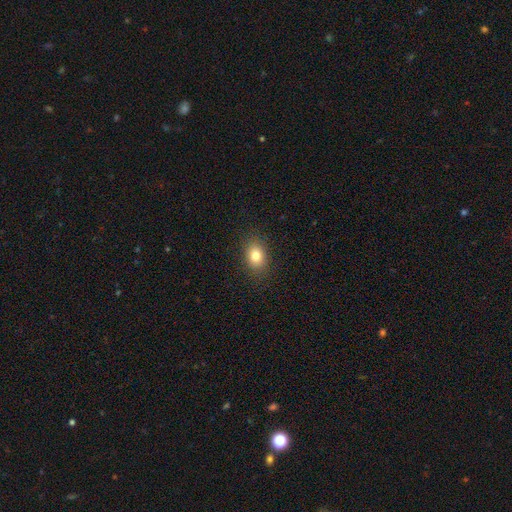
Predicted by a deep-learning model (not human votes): smooth_or_featured: smooth (p=0.80) [alt: star or artifact p=0.11]
how_rounded: in between (p=0.72) [alt: round p=0.27]
merging: none (p=0.87) [alt: minor disturbance p=0.09]